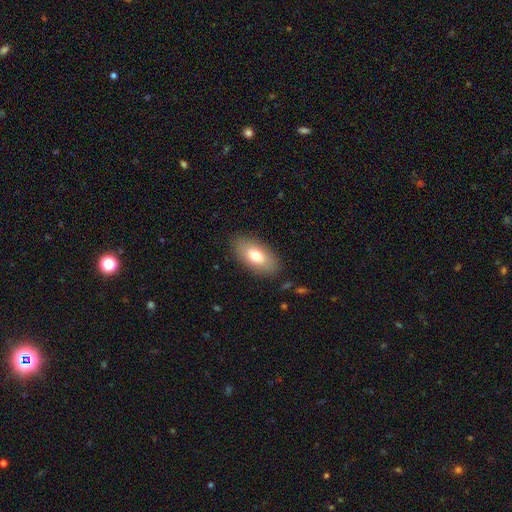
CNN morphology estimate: Overall: smooth (73%). How rounded: in between (91%). Merging: none (86%).